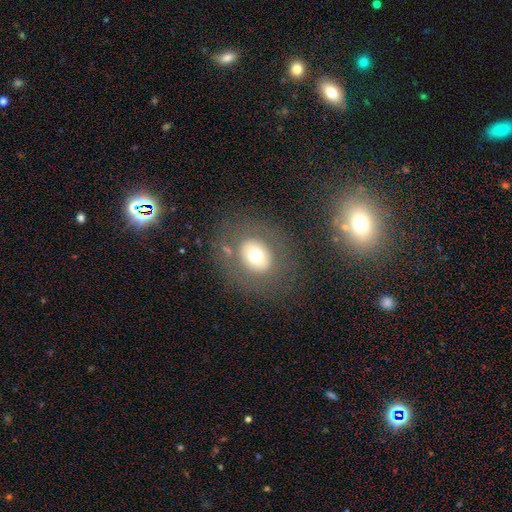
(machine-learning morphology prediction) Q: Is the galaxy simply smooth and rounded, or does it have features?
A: smooth — 62%.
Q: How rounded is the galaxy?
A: round — 65%.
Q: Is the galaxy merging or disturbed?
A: none — 77%.